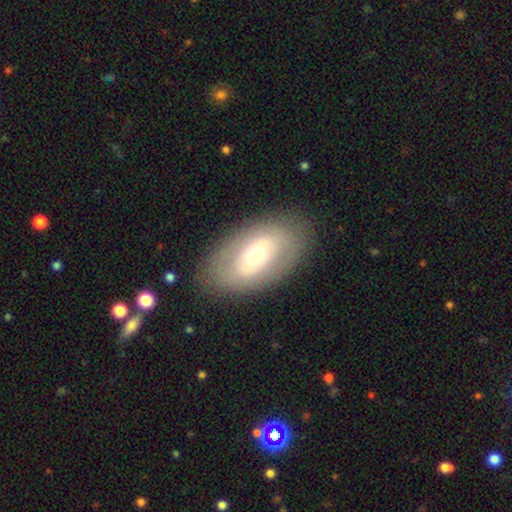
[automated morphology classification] This is possibly a featured or disk galaxy (47%). Merging: clearly none (82%).